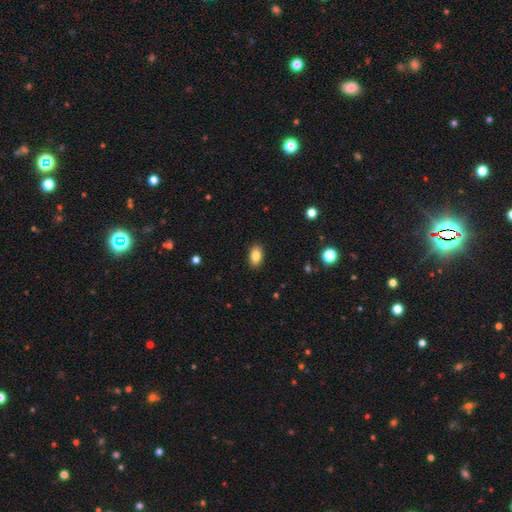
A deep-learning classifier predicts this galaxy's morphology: The model was most divided on "smooth or featured": smooth: 84%, star or artifact: 8%, featured or disk: 8%. More confident: how rounded — in between (89%); merging — none (89%).